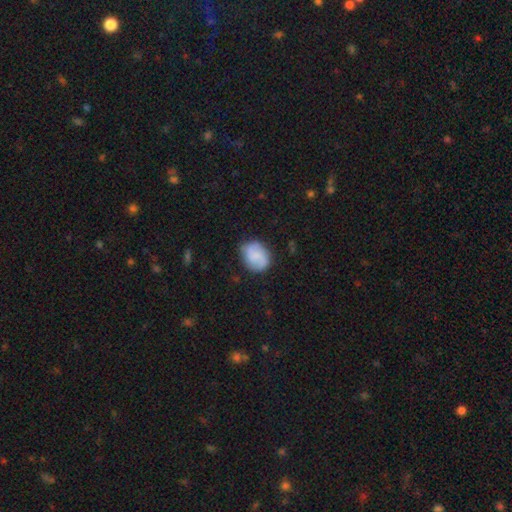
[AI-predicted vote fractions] The model was most divided on "how rounded": round: 57%, in between: 42%, cigar-shaped: 1%. More confident: merging — none (74%); smooth or featured — smooth (59%).